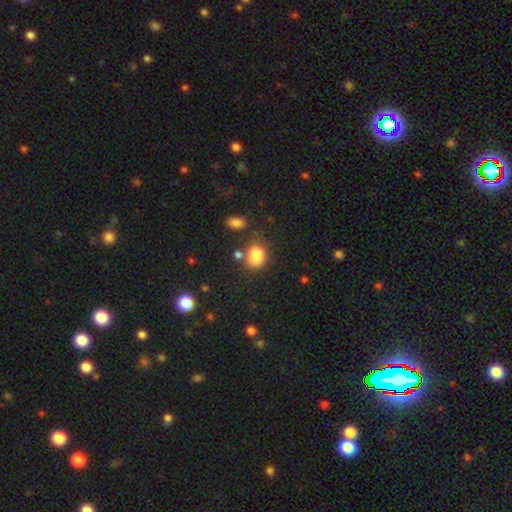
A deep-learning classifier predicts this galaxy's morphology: smooth-or-featured: smooth: 82% | star or artifact: 11% | featured or disk: 7%
  how-rounded: in between: 58% | round: 41% | cigar-shaped: 1%
  merging: none: 52% | minor disturbance: 23% | merger: 16% | major disturbance: 9%